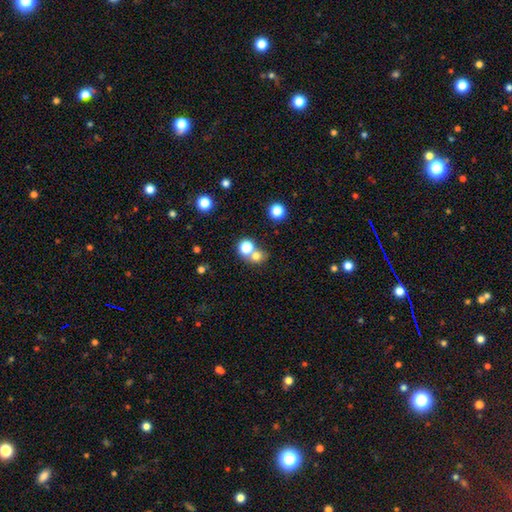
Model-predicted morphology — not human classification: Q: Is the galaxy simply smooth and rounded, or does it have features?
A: smooth — 72%.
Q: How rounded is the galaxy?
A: round — 79%.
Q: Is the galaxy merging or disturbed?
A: none — 47%.